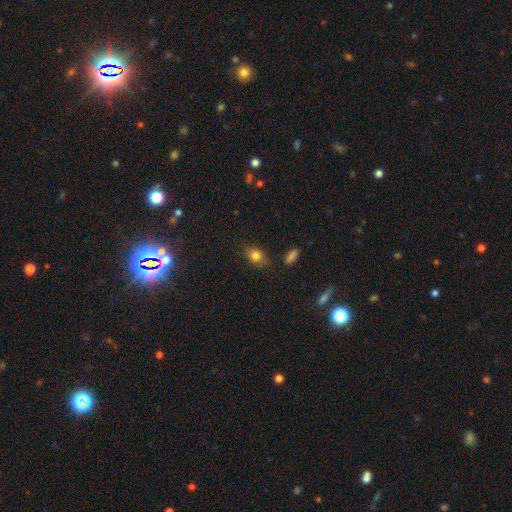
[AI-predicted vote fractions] Smooth or featured? Predicted: smooth (p=0.80). How rounded? Predicted: in between (p=0.71). Merging? Predicted: none (p=0.76).